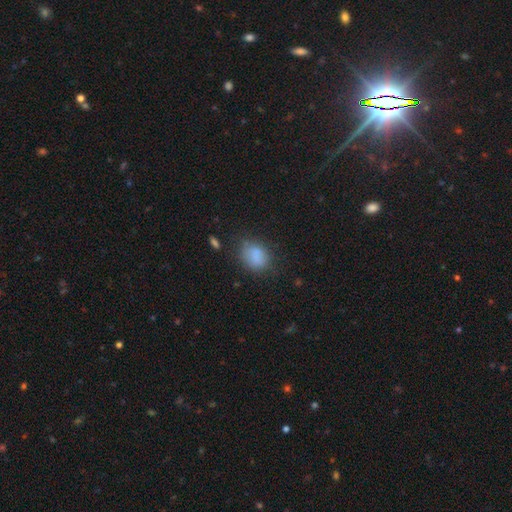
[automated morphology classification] smooth-or-featured: smooth: 82% | star or artifact: 10% | featured or disk: 7%
  how-rounded: in between: 54% | round: 44% | cigar-shaped: 1%
  merging: none: 69% | minor disturbance: 20% | major disturbance: 8% | merger: 3%